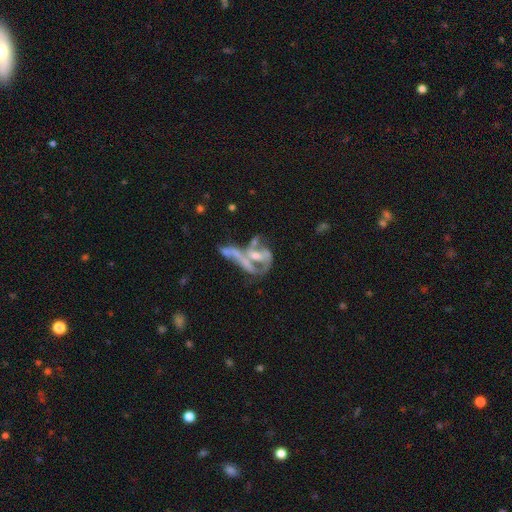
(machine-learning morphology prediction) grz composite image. It shows a featured or disk galaxy (66%) with no bar (67%), no spiral arms (59%) and a moderate central bulge (38%). Merging: merger (49%).